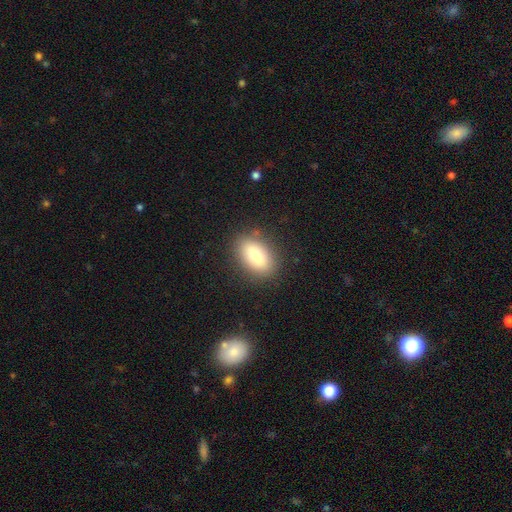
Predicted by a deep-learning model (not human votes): This appears to be a smooth galaxy with no disk features (79%) that is in between round and cigar-shaped (88%). Merging: none (84%).